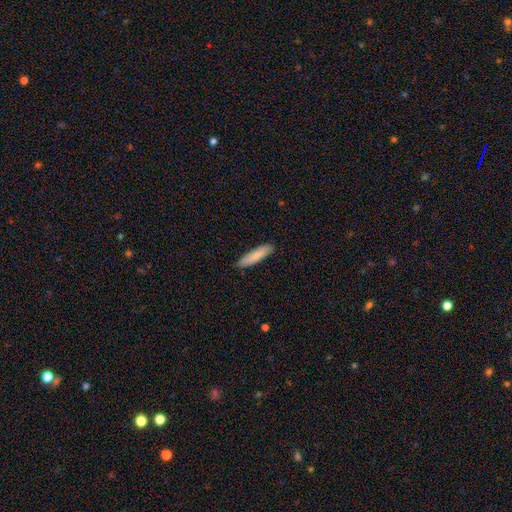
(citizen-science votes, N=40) A smooth galaxy with no disk features (88%) that is cigar-shaped (83%). Merging: none (92%).